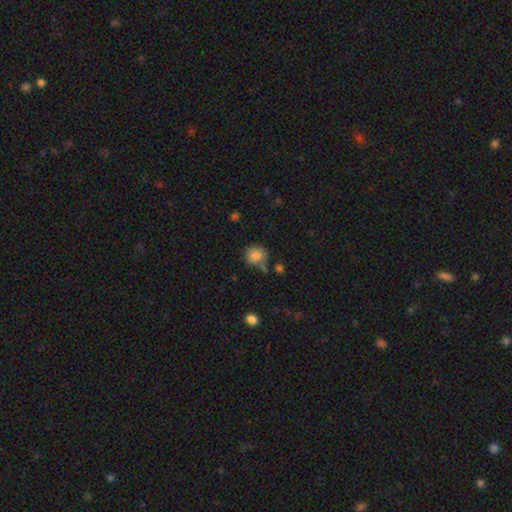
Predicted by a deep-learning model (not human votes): The model was most divided on "merging": none: 67%, minor disturbance: 18%, merger: 10%, major disturbance: 5%. More confident: smooth or featured — smooth (83%); how rounded — round (83%).